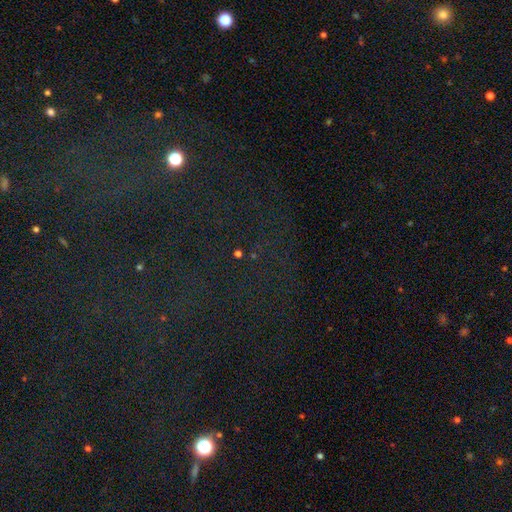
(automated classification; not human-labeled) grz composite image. It shows a star or artifact, not a galaxy (78%).